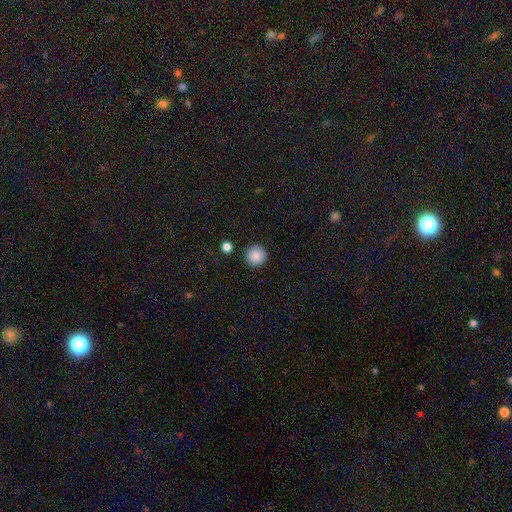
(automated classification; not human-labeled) Smooth or featured? Predicted: smooth (p=0.88). How rounded? Predicted: round (p=0.96). Merging? Predicted: none (p=0.91).